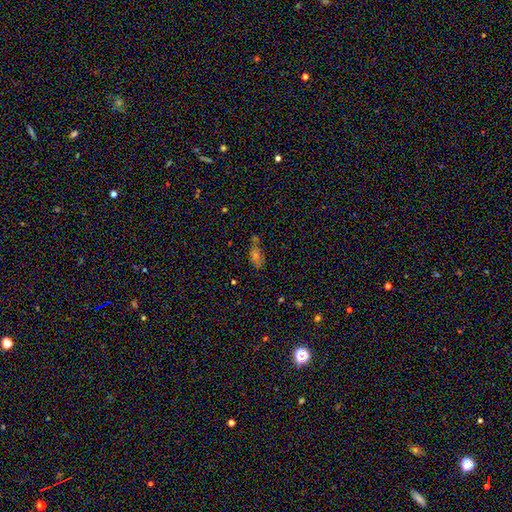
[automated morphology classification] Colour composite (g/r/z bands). It shows a smooth galaxy with no disk features (54%) that is in between round and cigar-shaped (78%). Merging: none (59%).